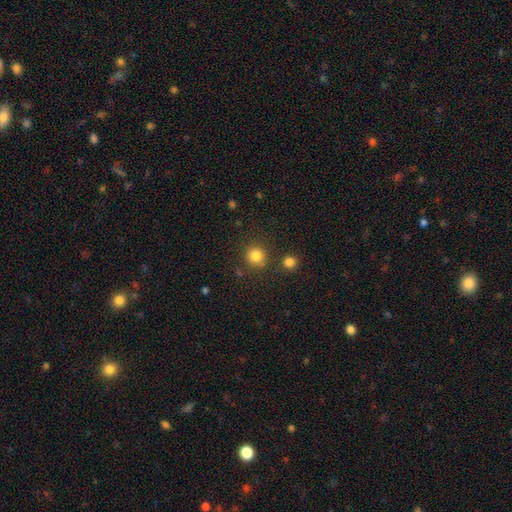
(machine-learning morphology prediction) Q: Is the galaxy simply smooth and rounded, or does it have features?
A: smooth — 83%.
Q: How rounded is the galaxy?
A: round — 92%.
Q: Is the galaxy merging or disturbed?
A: none — 82%.